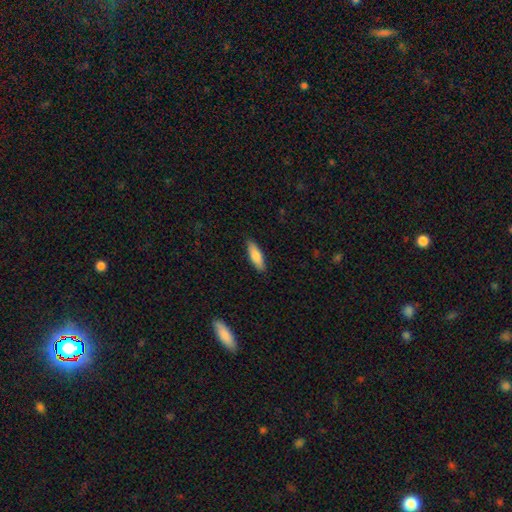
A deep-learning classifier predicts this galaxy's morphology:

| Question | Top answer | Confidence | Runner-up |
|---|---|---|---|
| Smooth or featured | smooth | 80% | featured or disk (15%) |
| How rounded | in between | 53% | cigar-shaped (45%) |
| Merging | none | 88% | minor disturbance (10%) |